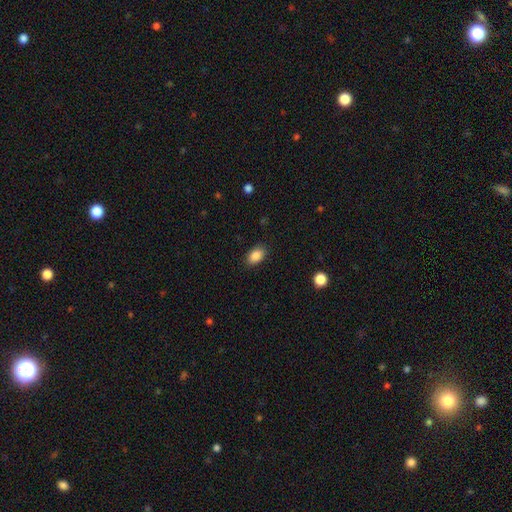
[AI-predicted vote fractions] Smooth or featured? smooth (88%)
How rounded? in between (87%)
Merging? none (87%)